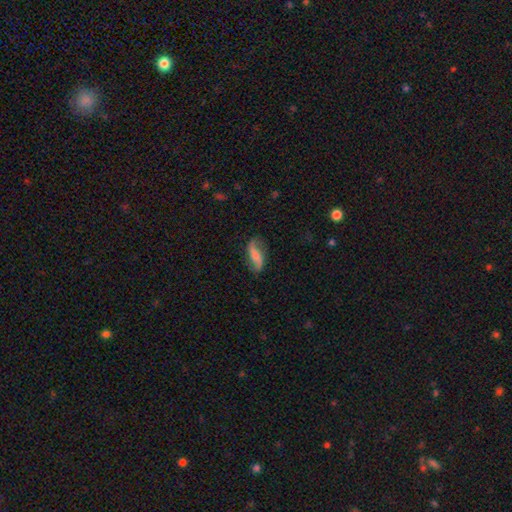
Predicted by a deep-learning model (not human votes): A featured or disk galaxy (68%) with no bar (43%), 2 (91%) loose (79%) spiral arms (93%) and a small central bulge (39%). Merging: none (77%).